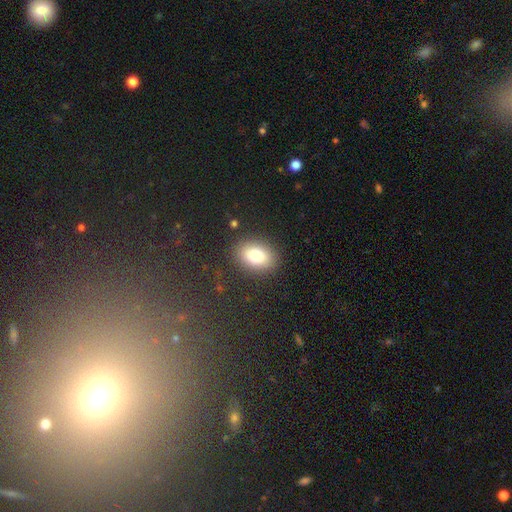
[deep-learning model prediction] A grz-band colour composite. It shows a smooth galaxy with no disk features (82%) that is in between round and cigar-shaped (81%). Merging: none (86%).